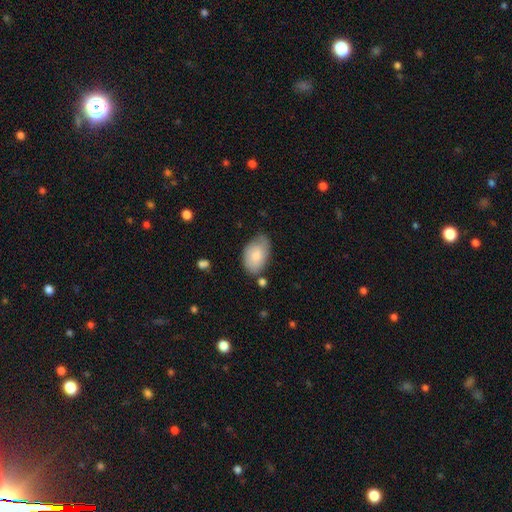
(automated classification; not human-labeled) Smooth or featured? Predicted: smooth (p=0.79). How rounded? Predicted: in between (p=0.92). Merging? Predicted: none (p=0.63).